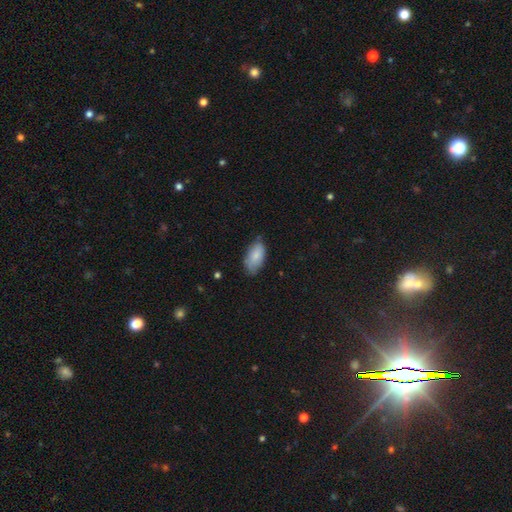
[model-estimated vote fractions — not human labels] Overall: smooth (82%). How rounded: in between (94%). Merging: none (65%; minor disturbance 28%).